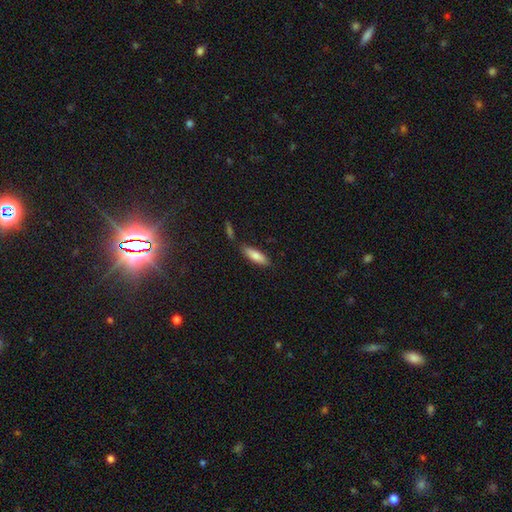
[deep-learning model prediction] smooth 79%, featured or disk 15%, star or artifact 6%. Down the decision tree: how rounded — in between (54%); merging — none (78%).